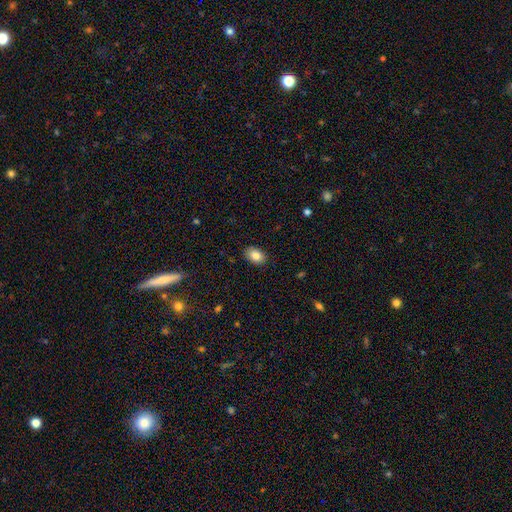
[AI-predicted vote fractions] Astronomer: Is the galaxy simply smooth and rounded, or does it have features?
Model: smooth — 85%.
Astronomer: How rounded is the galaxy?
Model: in between — 86%.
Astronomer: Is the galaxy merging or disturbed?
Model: none — 87%.